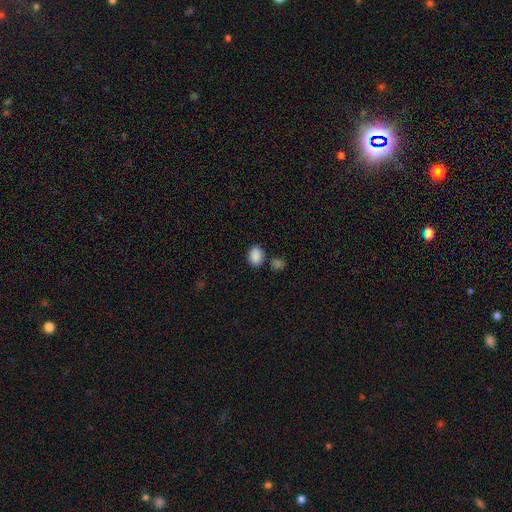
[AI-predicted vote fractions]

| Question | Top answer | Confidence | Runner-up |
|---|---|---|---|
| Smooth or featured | smooth | 87% | star or artifact (9%) |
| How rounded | in between | 62% | round (37%) |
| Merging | none | 74% | minor disturbance (12%) |